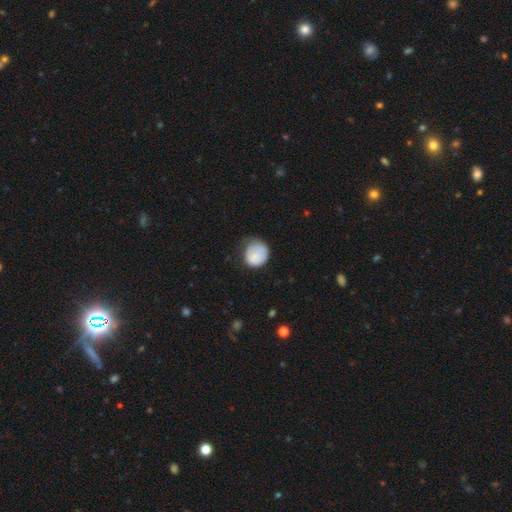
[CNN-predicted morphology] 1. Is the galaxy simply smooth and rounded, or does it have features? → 82% smooth, 11% featured or disk, 7% star or artifact.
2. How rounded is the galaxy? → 80% round, 19% in between, 1% cigar-shaped.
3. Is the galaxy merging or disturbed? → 48% none, 37% minor disturbance, 13% major disturbance, 2% merger.